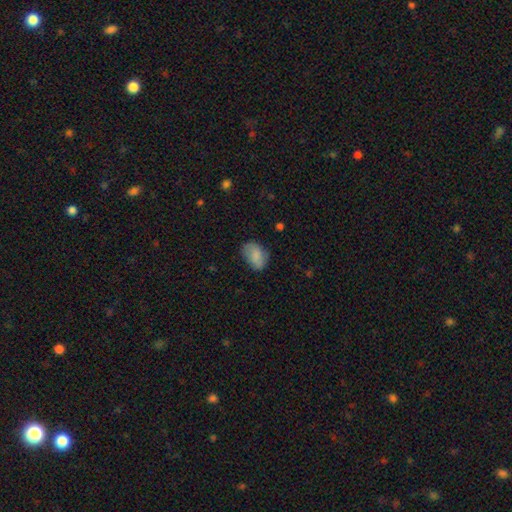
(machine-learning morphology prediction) smooth_or_featured: smooth (p=0.83) [alt: featured or disk p=0.09]
how_rounded: in between (p=0.85) [alt: round p=0.14]
merging: none (p=0.68) [alt: minor disturbance p=0.24]